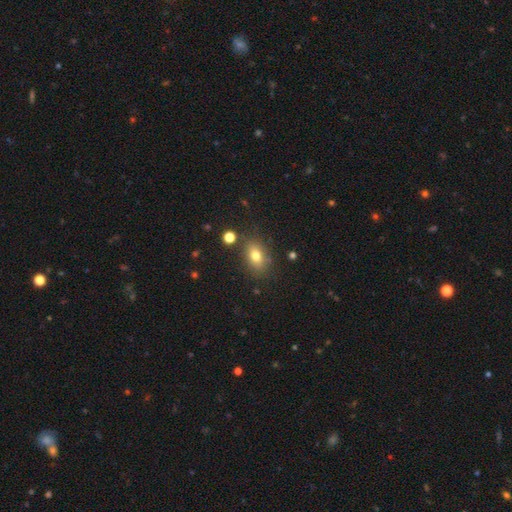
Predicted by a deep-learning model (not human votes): This appears to be a smooth galaxy with no disk features (76%) that is in between round and cigar-shaped (78%). Merging: none (79%).